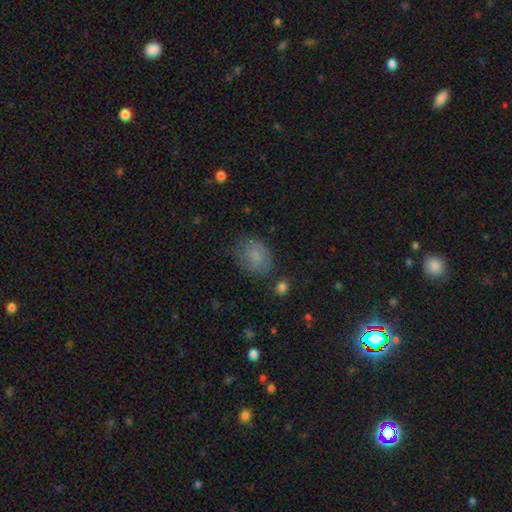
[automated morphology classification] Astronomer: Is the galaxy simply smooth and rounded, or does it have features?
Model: smooth — 71%.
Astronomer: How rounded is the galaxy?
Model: in between — 64%.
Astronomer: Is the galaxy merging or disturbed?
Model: none — 64%.